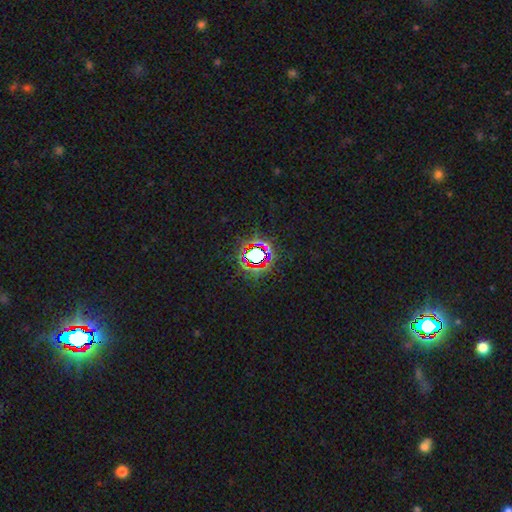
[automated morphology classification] Q: Smooth or featured?
A: star or artifact (75%); runner-up: smooth (15%)